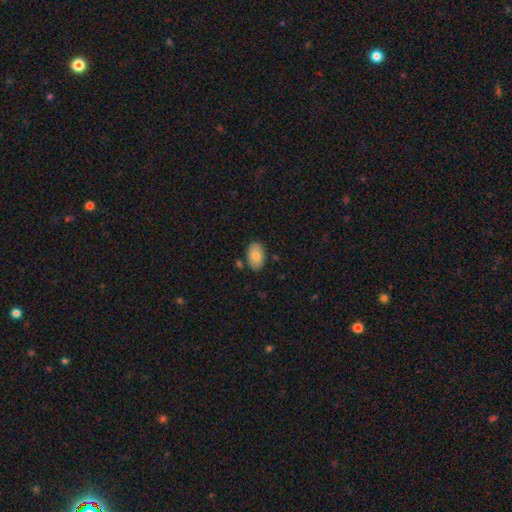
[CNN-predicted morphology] A smooth galaxy with no disk features (83%) that is in between round and cigar-shaped (91%).

Vote fractions:
- Smooth or featured? smooth: 83% / featured or disk: 10% / star or artifact: 7%
- How rounded? in between: 91% / round: 7% / cigar-shaped: 1%
- Merging? none: 81% / minor disturbance: 13% / merger: 4% / major disturbance: 3%